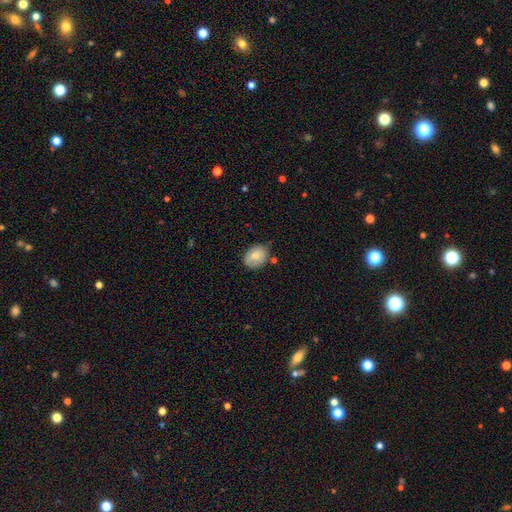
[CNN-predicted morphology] A smooth galaxy with no disk features (79%) that is in between round and cigar-shaped (71%). Merging: none (67%).